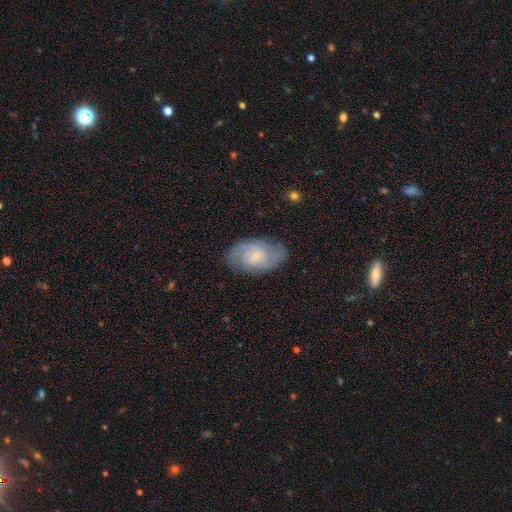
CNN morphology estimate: type=featured or disk (72%); edge-on=no (96%); bar=no (53%); spiral arms=yes (93%); winding=tight (48%); arm count=2 (60%); bulge=small (73%); merging=none (79%).